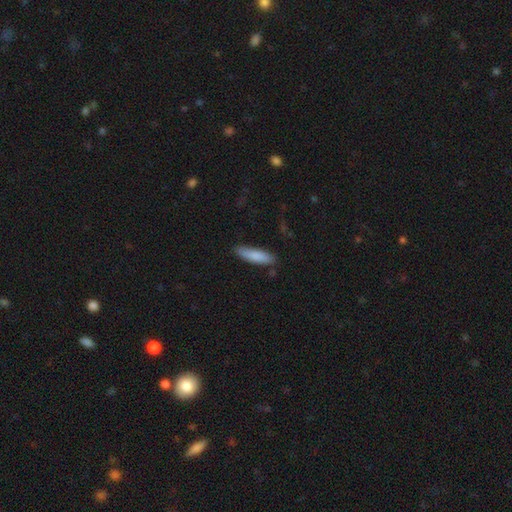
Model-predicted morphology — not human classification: A smooth galaxy with no disk features (84%) that is cigar-shaped (70%). Merging: none (82%).